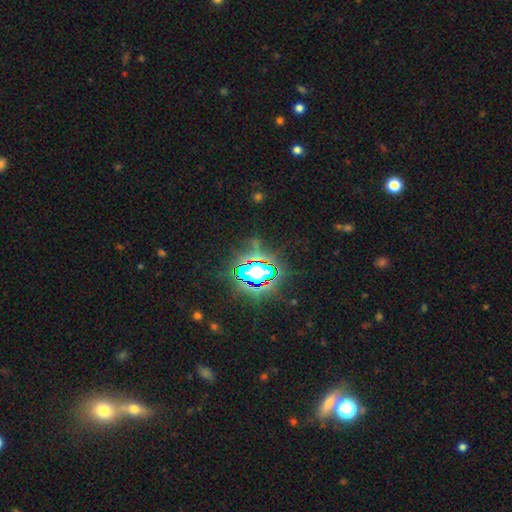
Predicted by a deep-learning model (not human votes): smooth_or_featured: star or artifact (p=0.82) [alt: smooth p=0.11]